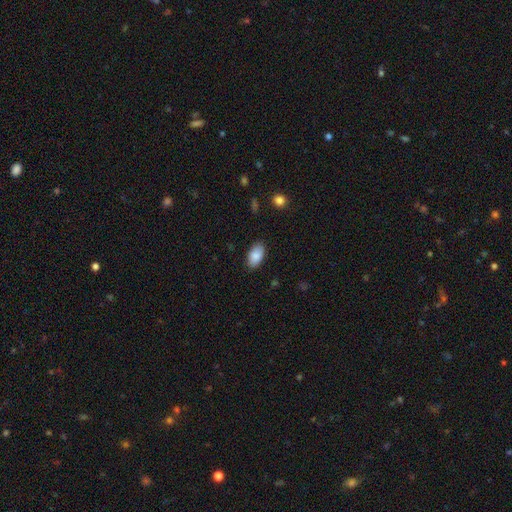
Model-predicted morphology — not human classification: A smooth galaxy with no disk features (87%) that is in between round and cigar-shaped (94%). Merging: none (86%).